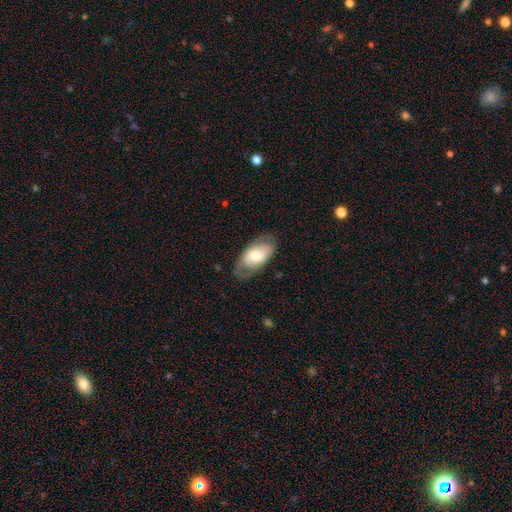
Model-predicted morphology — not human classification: Smooth or featured? smooth (57%)
How rounded? in between (93%)
Merging? none (70%)